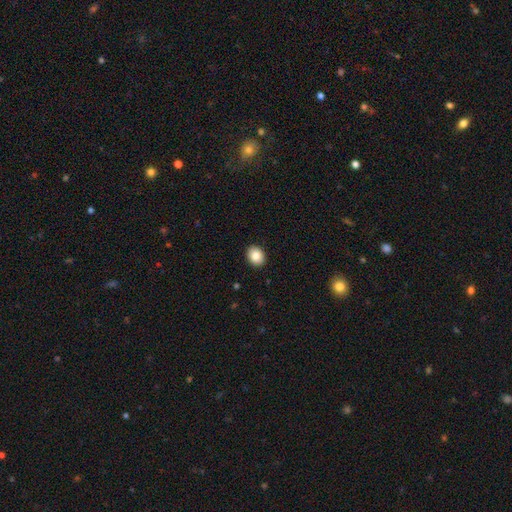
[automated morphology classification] Smooth or featured: smooth — 85% (star or artifact — 9%)
How rounded: round — 52% (in between — 47%)
Merging: none — 91% (minor disturbance — 6%)